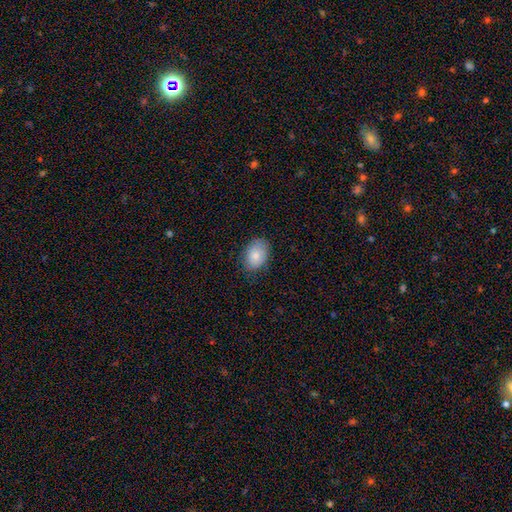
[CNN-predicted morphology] Smooth or featured? Predicted: smooth (p=0.83). How rounded? Predicted: in between (p=0.79). Merging? Predicted: none (p=0.79).